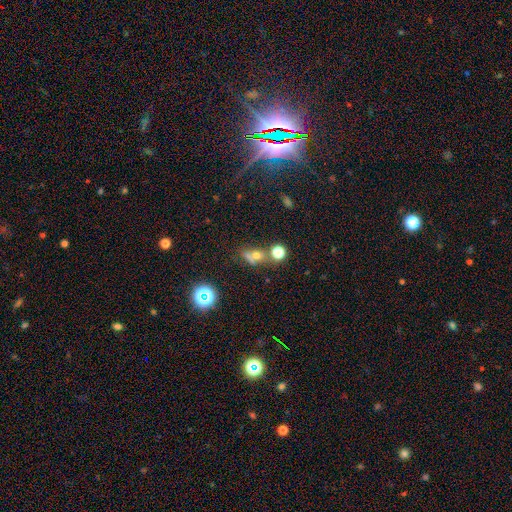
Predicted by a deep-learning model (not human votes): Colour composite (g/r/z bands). It shows a smooth galaxy with no disk features (56%) that is round (59%). Merging: none (43%).